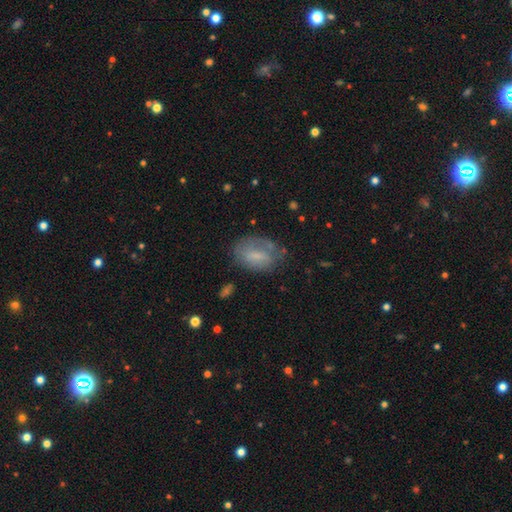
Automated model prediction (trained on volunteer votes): smooth-or-featured: smooth: 57% | featured or disk: 34% | star or artifact: 8%
  how-rounded: in between: 82% | round: 15% | cigar-shaped: 2%
  merging: none: 56% | minor disturbance: 27% | major disturbance: 14% | merger: 3%